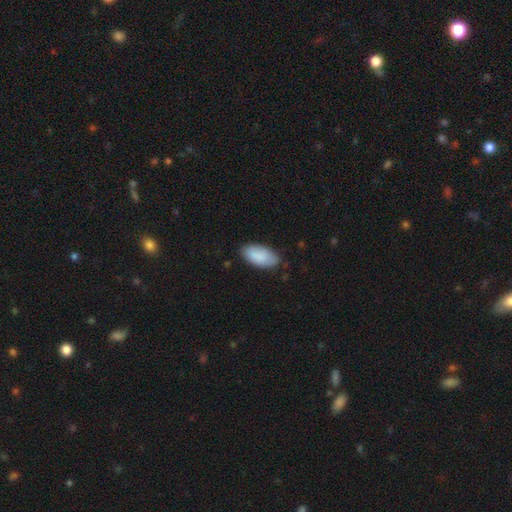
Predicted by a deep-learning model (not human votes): Q: Smooth or featured?
A: smooth (88%); runner-up: featured or disk (6%)
Q: How rounded?
A: in between (94%); runner-up: cigar-shaped (4%)
Q: Merging?
A: none (80%); runner-up: minor disturbance (16%)